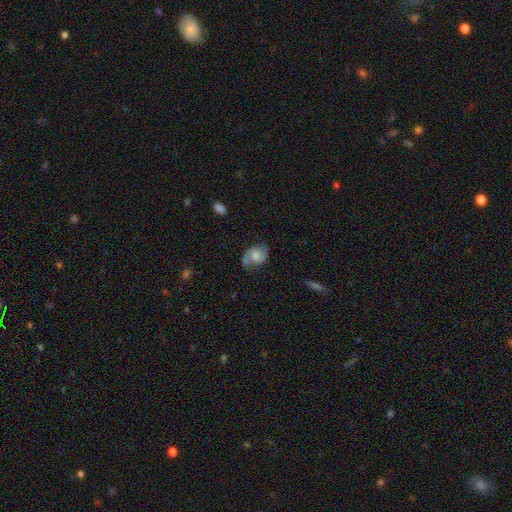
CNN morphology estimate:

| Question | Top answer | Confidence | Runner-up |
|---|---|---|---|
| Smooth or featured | featured or disk | 67% | smooth (26%) |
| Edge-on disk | no | 97% | yes (3%) |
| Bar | no | 60% | weak (34%) |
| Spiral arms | yes | 92% | no (8%) |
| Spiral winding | medium | 46% | loose (35%) |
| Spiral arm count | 2 | 82% | 1 (10%) |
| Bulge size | moderate | 45% | small (23%) |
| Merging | none | 63% | minor disturbance (24%) |